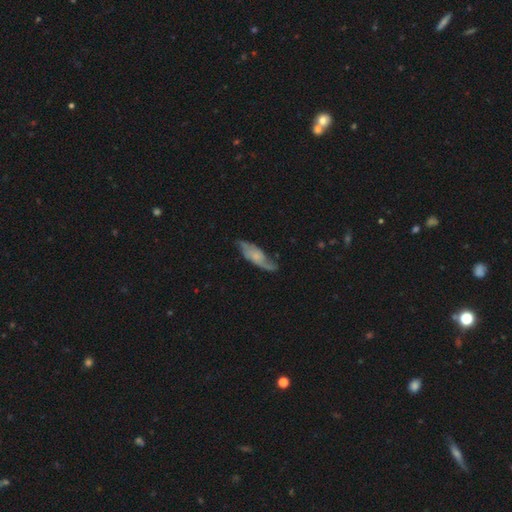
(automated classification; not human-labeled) featured or disk 65%, smooth 29%, star or artifact 6%. Down the decision tree: edge-on disk — no (81%); bar — no (69%); spiral arms — yes (89%); bulge size — small (47%); merging — none (65%).